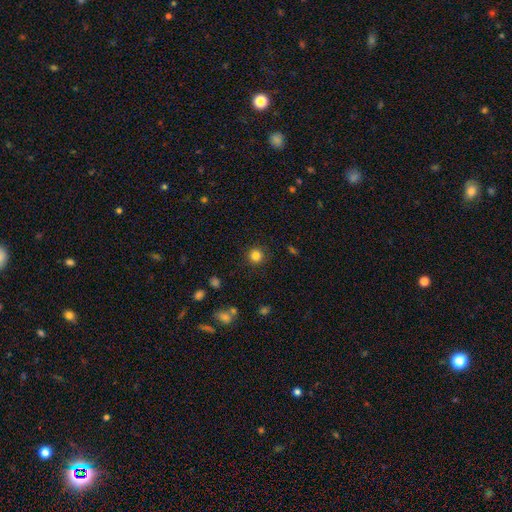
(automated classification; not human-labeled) This is clearly a smooth galaxy (83%). How rounded: clearly round (94%). Merging: clearly none (90%).